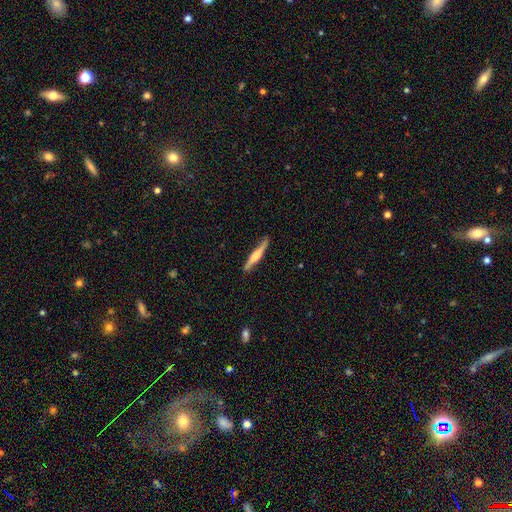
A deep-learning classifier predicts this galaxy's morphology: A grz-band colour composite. It shows a featured or disk galaxy (55%) viewed edge-on (94%) with a rounded central bulge (63%). Merging: none (83%).